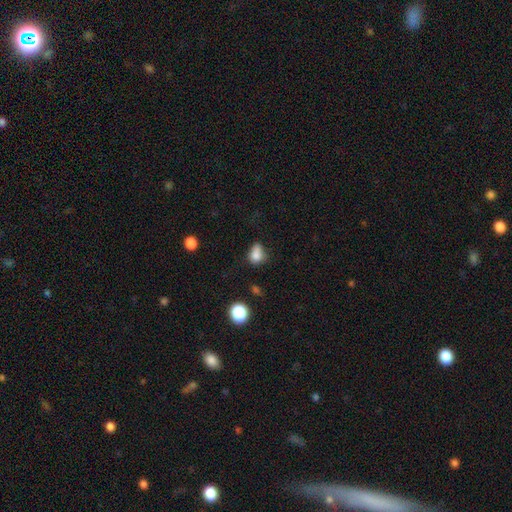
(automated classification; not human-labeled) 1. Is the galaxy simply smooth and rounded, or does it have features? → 80% smooth, 12% star or artifact, 8% featured or disk.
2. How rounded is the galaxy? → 58% in between, 40% round, 2% cigar-shaped.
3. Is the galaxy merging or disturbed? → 40% none, 35% minor disturbance, 15% major disturbance, 10% merger.